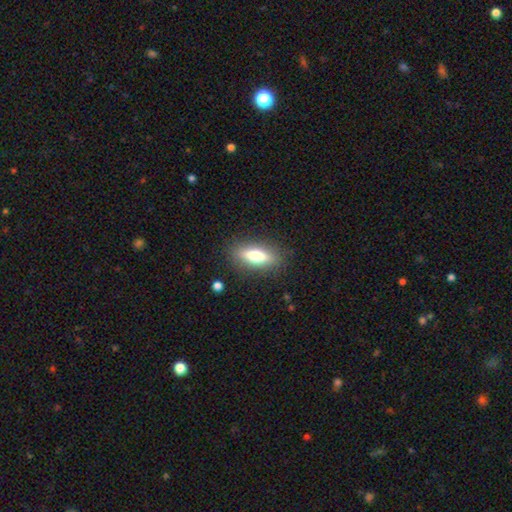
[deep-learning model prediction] This appears to be a smooth galaxy with no disk features (67%) that is in between round and cigar-shaped (62%). Merging: none (86%).